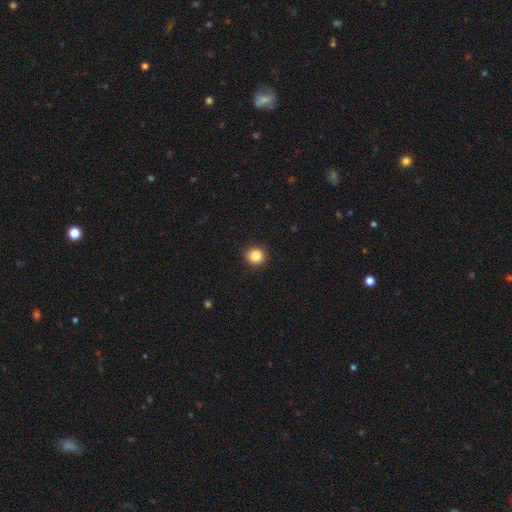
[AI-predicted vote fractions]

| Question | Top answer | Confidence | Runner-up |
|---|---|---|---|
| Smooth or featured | smooth | 85% | star or artifact (10%) |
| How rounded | round | 94% | in between (5%) |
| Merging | none | 93% | minor disturbance (4%) |